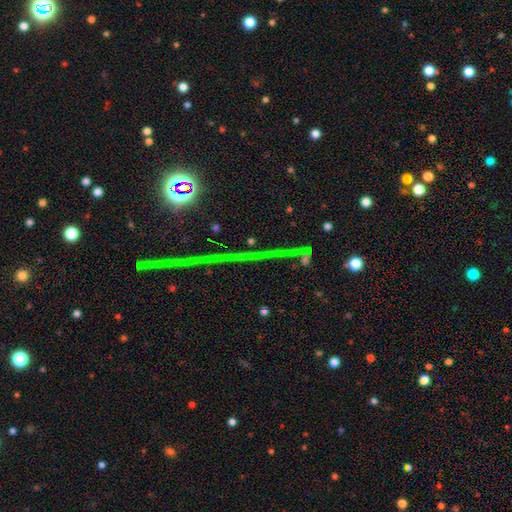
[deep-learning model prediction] Smooth or featured?
  - star or artifact: 74% *
  - featured or disk: 15%
  - smooth: 10%